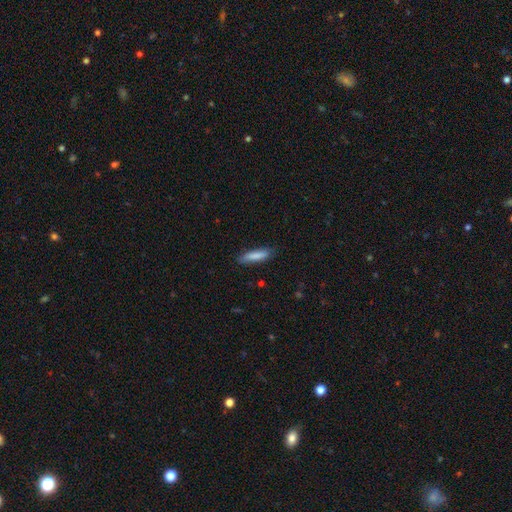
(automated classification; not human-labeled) This is clearly a smooth galaxy (83%). How rounded: likely cigar-shaped (76%). Merging: clearly none (82%).